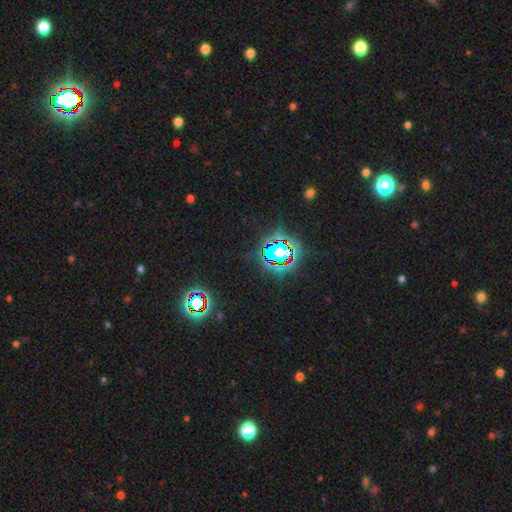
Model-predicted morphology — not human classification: This appears to be a star or artifact, not a galaxy (82%).